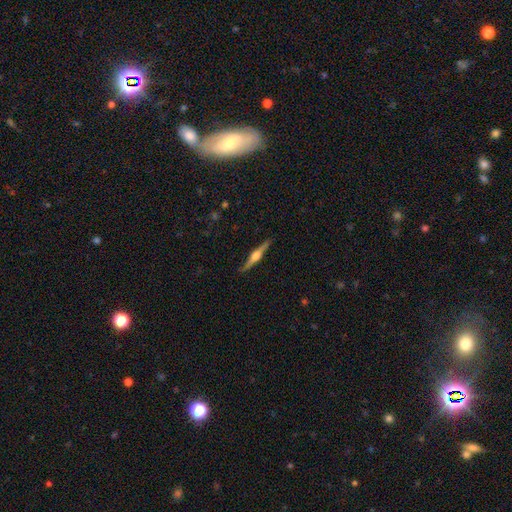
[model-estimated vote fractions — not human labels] Smooth or featured: featured or disk — 80% (smooth — 15%)
Edge-on disk: yes — 98% (no — 2%)
Edge-on bulge: rounded — 92% (boxy — 5%)
Merging: none — 89% (minor disturbance — 8%)